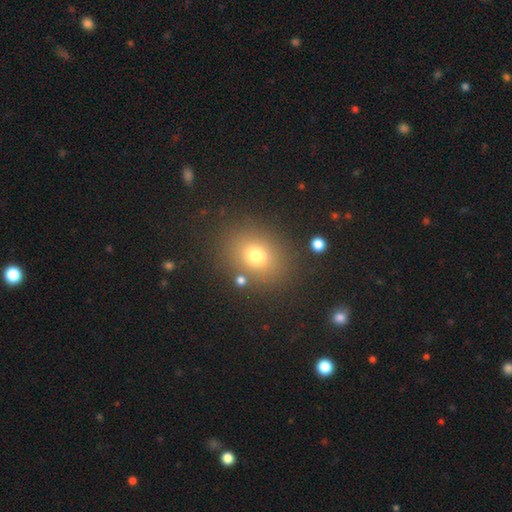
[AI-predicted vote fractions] Morphology: type=smooth (73%); roundness=round (56%); merging=none (83%).